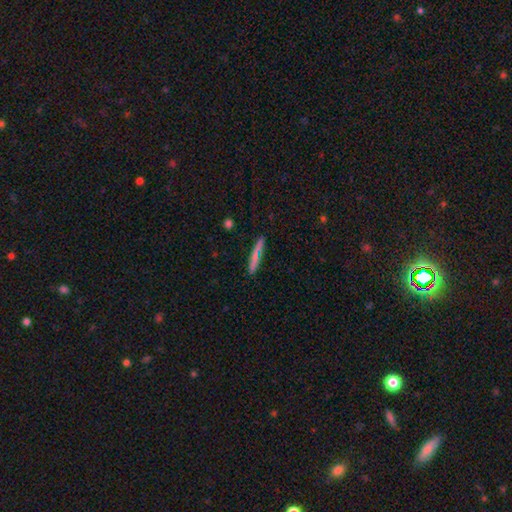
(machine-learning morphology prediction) type=smooth (65%); roundness=cigar-shaped (94%); merging=none (87%).